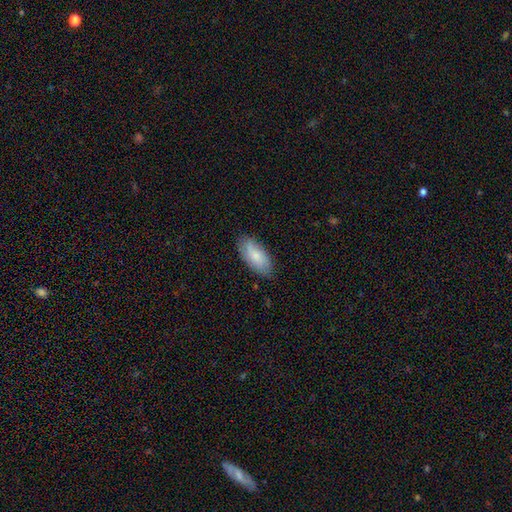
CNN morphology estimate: A smooth galaxy with no disk features (76%) that is in between round and cigar-shaped (89%). Merging: none (79%).